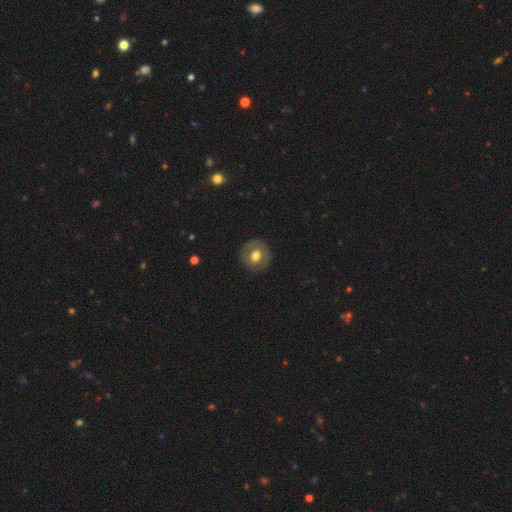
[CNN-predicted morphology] Smooth or featured: smooth — 58% (featured or disk — 34%)
How rounded: round — 88% (in between — 11%)
Merging: none — 87% (minor disturbance — 9%)